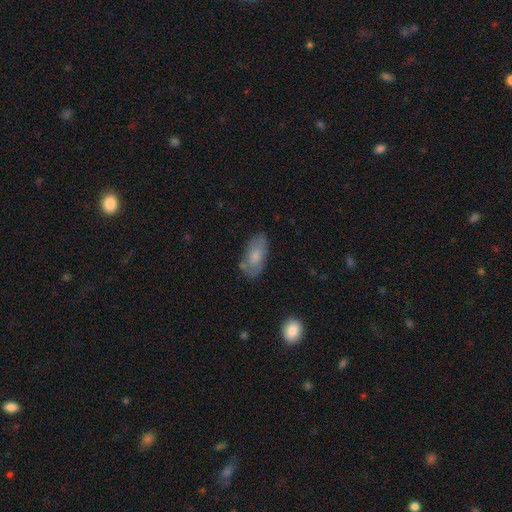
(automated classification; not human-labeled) This appears to be a smooth galaxy with no disk features (68%) that is in between round and cigar-shaped (91%). Merging: none (69%).